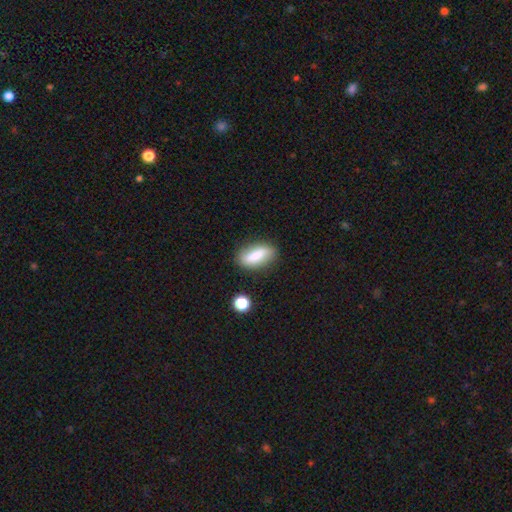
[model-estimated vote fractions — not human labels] Smooth or featured: smooth — 76% (featured or disk — 16%)
How rounded: in between — 74% (cigar-shaped — 22%)
Merging: none — 81% (minor disturbance — 13%)